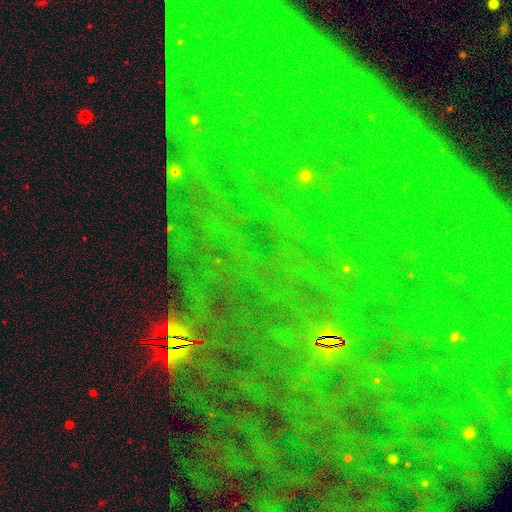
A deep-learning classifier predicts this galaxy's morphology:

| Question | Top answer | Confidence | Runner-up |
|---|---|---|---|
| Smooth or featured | star or artifact | 85% | featured or disk (8%) |